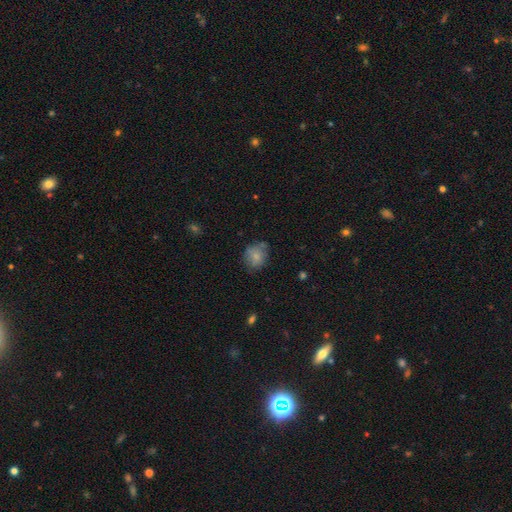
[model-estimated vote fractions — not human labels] Smooth or featured: smooth — 77% (featured or disk — 14%)
How rounded: round — 61% (in between — 38%)
Merging: none — 62% (minor disturbance — 26%)